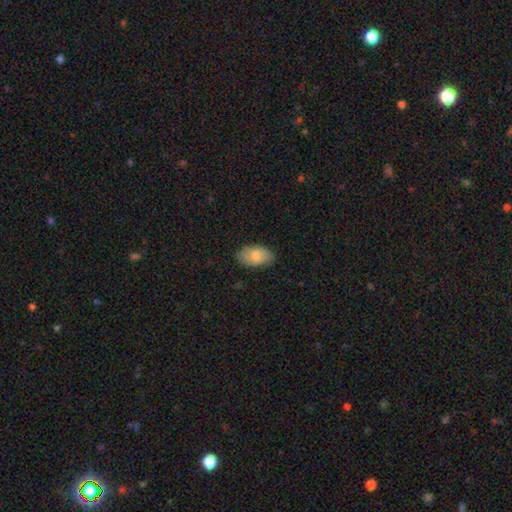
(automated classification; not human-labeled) A smooth galaxy with no disk features (79%) that is in between round and cigar-shaped (94%). Merging: none (79%).